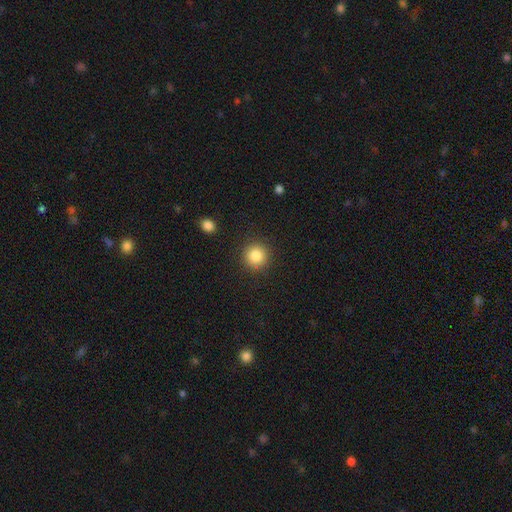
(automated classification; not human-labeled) Morphology: type=smooth (85%); roundness=round (94%); merging=none (90%).